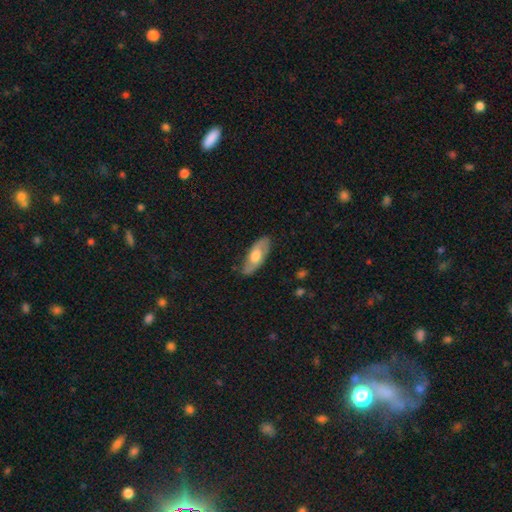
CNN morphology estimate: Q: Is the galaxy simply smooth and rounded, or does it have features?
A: smooth — 50%.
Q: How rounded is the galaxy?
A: in between — 80%.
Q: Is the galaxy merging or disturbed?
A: none — 80%.